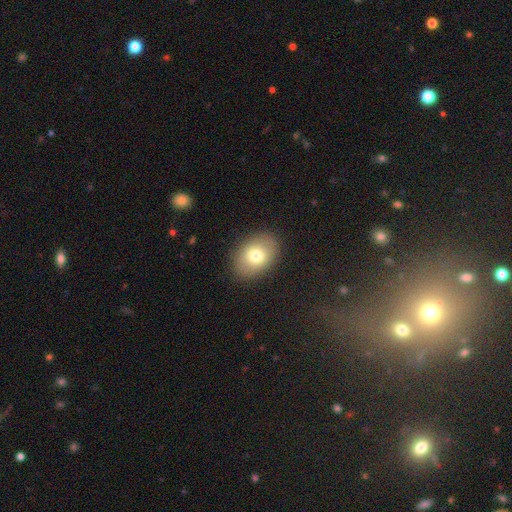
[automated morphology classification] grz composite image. It shows a smooth galaxy with no disk features (75%) that is in between round and cigar-shaped (77%). Merging: none (86%).